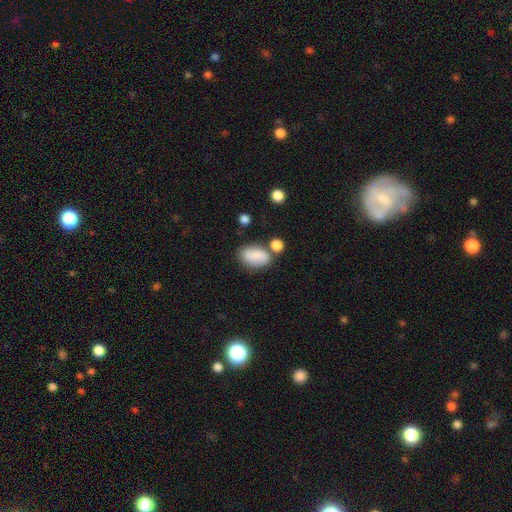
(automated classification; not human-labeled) A smooth galaxy with no disk features (81%) that is in between round and cigar-shaped (88%). Merging: none (57%).